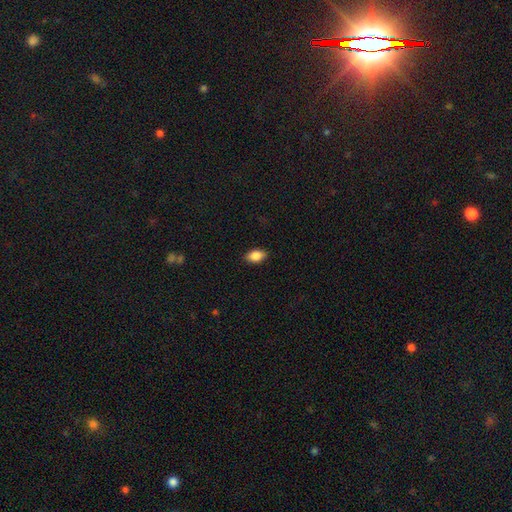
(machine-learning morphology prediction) The model was most divided on "smooth or featured": smooth: 86%, star or artifact: 7%, featured or disk: 6%. More confident: how rounded — in between (90%); merging — none (88%).